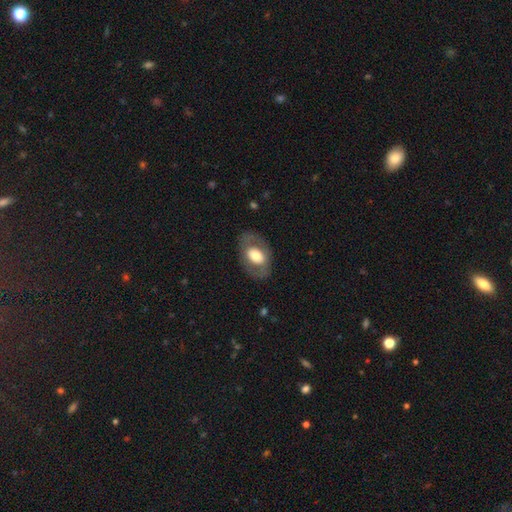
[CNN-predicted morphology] type=smooth (52%); roundness=in between (84%); merging=none (79%).